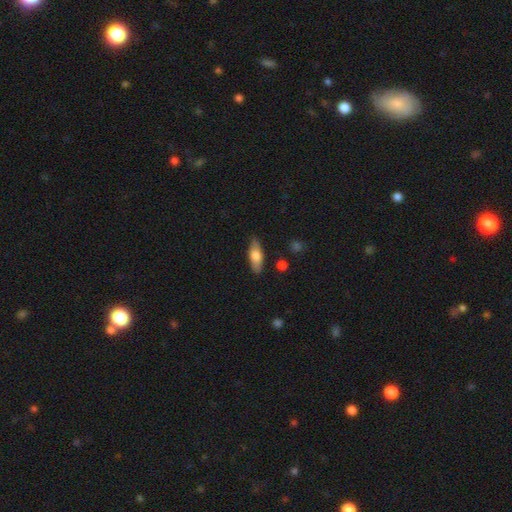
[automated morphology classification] smooth 67%, featured or disk 27%, star or artifact 6%. Down the decision tree: how rounded — in between (66%); merging — none (82%).